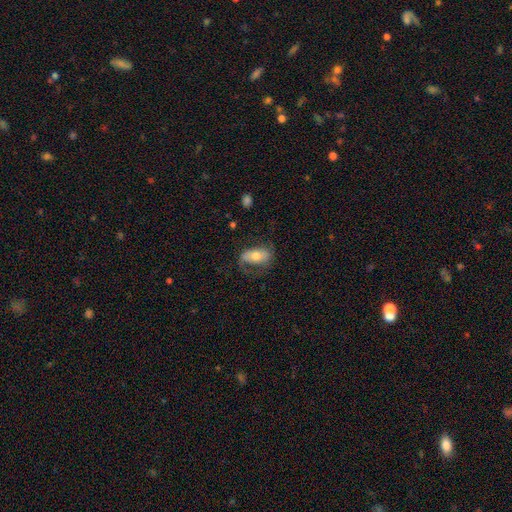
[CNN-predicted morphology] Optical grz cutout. It shows a smooth galaxy with no disk features (51%) that is in between round and cigar-shaped (88%). Merging: none (54%).